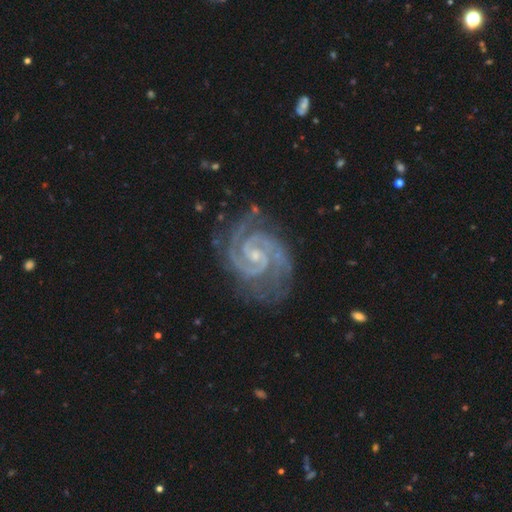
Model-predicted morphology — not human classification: smooth-or-featured: featured or disk: 94% | star or artifact: 4% | smooth: 2%
  disk-edge-on: no: 98% | yes: 2%
    bar: no: 51% | weak: 36% | strong: 13%
    has-spiral-arms: yes: 99% | no: 1%
      spiral-winding: tight: 71% | medium: 26% | loose: 3%
      spiral-arm-count: 2: 82% | 3: 8% | can't tell: 3% | 4: 2% | more than 4: 2% | 1: 2%
    bulge-size: small: 73% | moderate: 21% | none: 4% | large: 1% | dominant: 1%
  merging: none: 75% | minor disturbance: 17% | major disturbance: 6% | merger: 2%